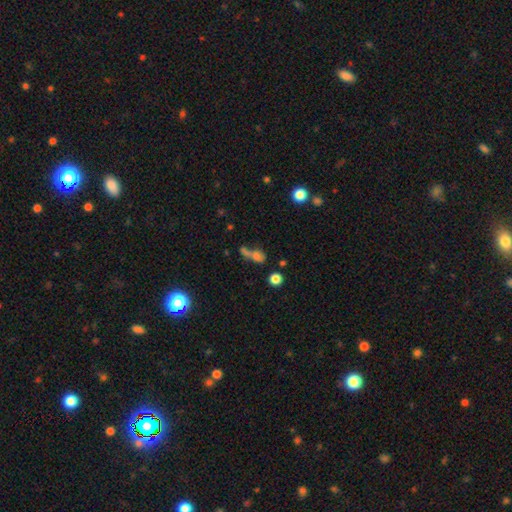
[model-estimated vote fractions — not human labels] Smooth or featured? smooth (58%)
How rounded? round (46%)
Merging? merger (43%)